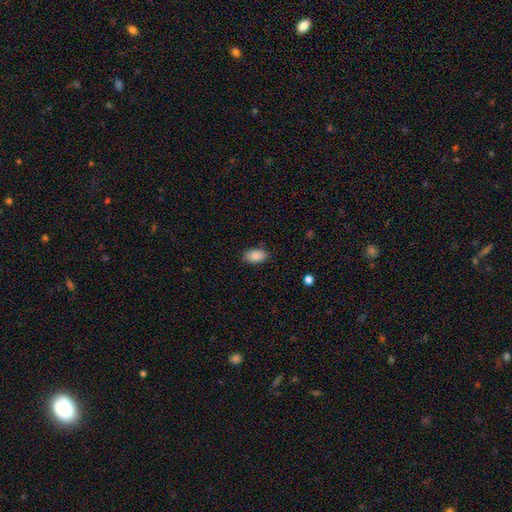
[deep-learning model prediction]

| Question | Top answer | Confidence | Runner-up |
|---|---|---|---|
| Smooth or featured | smooth | 88% | star or artifact (7%) |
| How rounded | in between | 93% | round (5%) |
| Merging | none | 85% | minor disturbance (12%) |